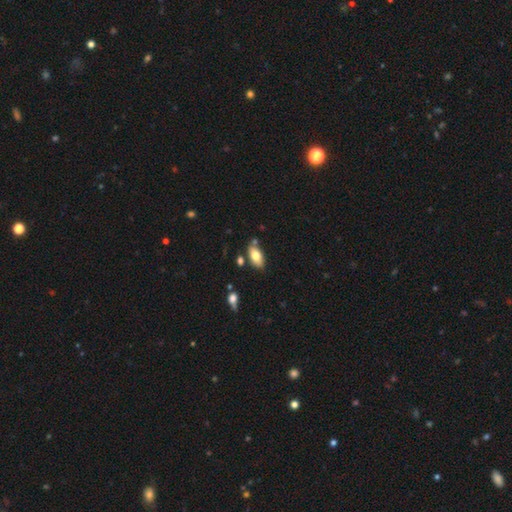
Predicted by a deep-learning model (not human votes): Smooth or featured: smooth — 76% (featured or disk — 17%)
How rounded: in between — 92% (cigar-shaped — 5%)
Merging: none — 74% (minor disturbance — 14%)